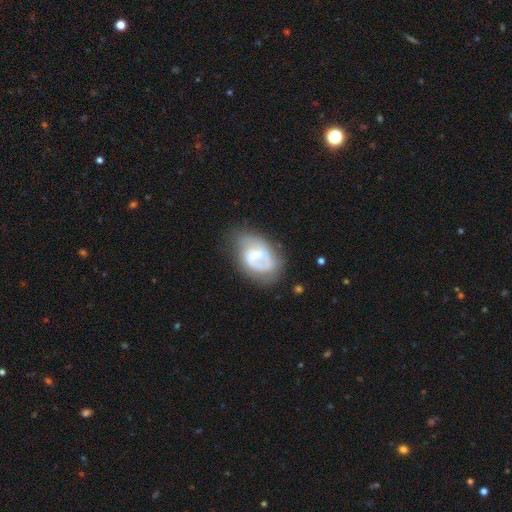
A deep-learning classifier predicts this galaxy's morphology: A featured or disk galaxy (59%) with a weak bar (49%), spiral arms (58%) and a moderate central bulge (53%).

Vote fractions:
- Smooth or featured? featured or disk: 59% / smooth: 35% / star or artifact: 7%
- Edge-on disk? no: 96% / yes: 4%
- Bar? weak: 49% / no: 33% / strong: 18%
- Spiral arms? yes: 58% / no: 42%
- Bulge size? moderate: 53% / small: 30% / large: 8% / none: 7% / dominant: 1%
- Merging? none: 51% / minor disturbance: 27% / major disturbance: 19% / merger: 3%